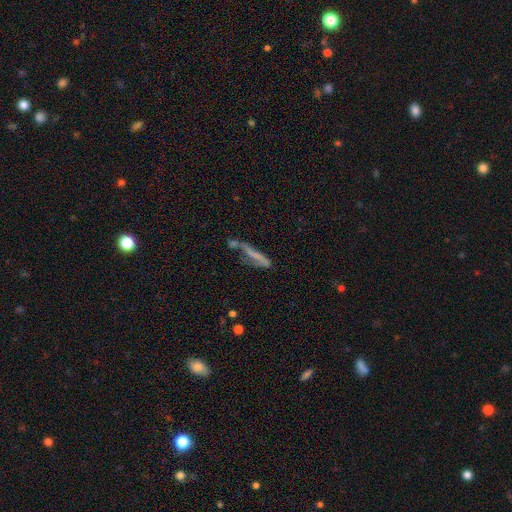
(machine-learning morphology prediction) Smooth or featured?
  - smooth: 45% *
  - featured or disk: 43%
  - star or artifact: 12%
Merging?
  - merger: 29% * (tied)
  - none: 29% * (tied)
  - major disturbance: 23%
  - minor disturbance: 19%